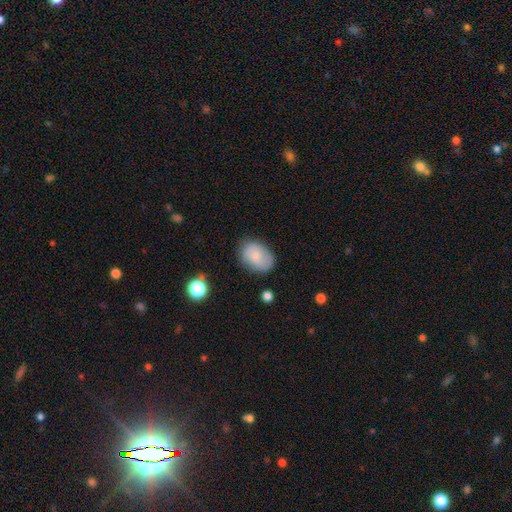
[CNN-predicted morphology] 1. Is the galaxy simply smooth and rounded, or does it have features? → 73% smooth, 19% featured or disk, 8% star or artifact.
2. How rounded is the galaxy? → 77% in between, 22% round, 1% cigar-shaped.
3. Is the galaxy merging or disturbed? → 75% none, 19% minor disturbance, 5% major disturbance, 2% merger.